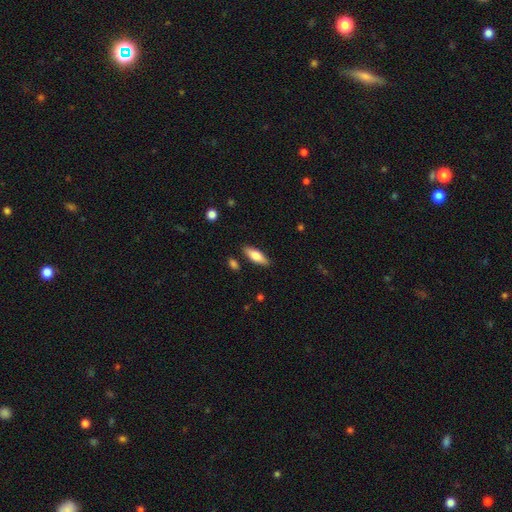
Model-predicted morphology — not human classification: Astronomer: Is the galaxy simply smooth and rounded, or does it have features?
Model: smooth — 73%.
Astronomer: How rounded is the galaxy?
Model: in between — 66%.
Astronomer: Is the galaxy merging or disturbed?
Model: none — 86%.